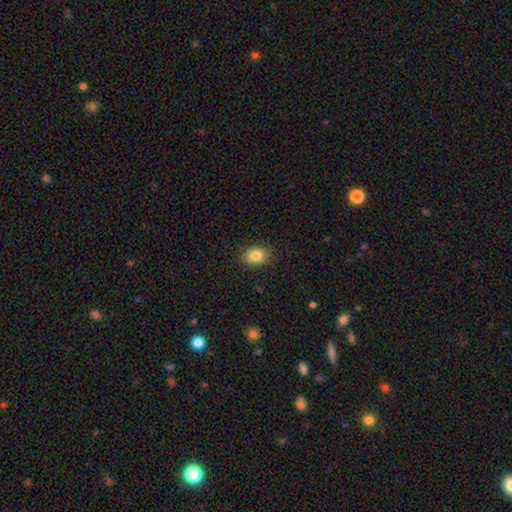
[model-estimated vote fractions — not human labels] The model was most divided on "how rounded": in between: 77%, round: 22%, cigar-shaped: 1%. More confident: merging — none (88%); smooth or featured — smooth (85%).